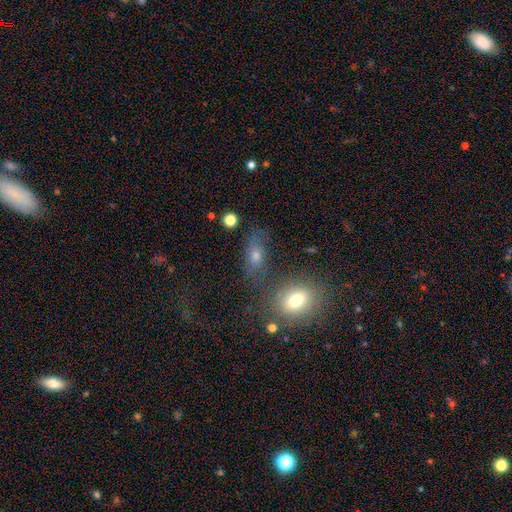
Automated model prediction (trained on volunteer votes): Morphology: type=smooth (60%); roundness=in between (77%); merging=none (56%).